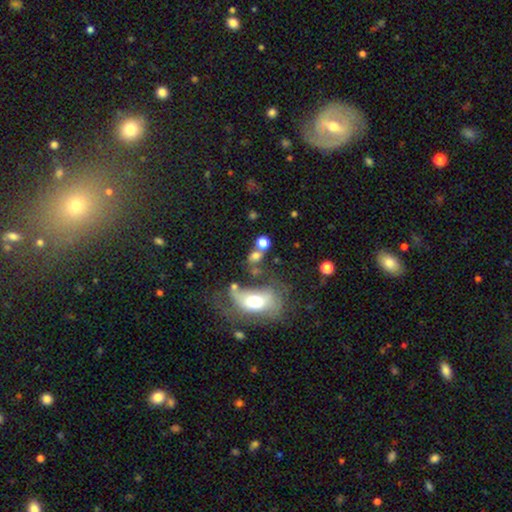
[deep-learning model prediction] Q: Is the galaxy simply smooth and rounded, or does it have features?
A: smooth — 69%.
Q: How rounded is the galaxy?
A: in between — 48%, tied with round.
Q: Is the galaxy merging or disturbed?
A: none — 44%.